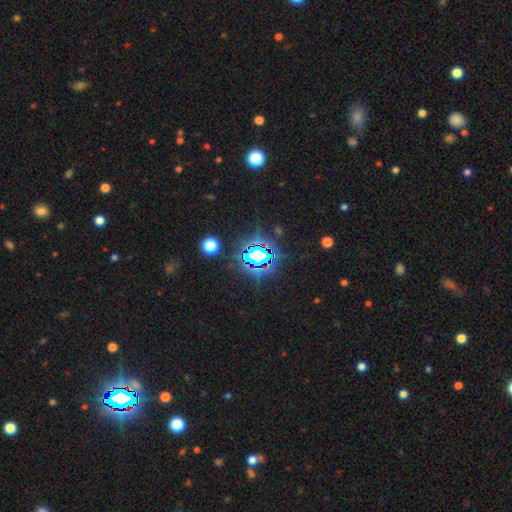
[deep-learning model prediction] Smooth or featured: star or artifact — 75% (smooth — 14%)